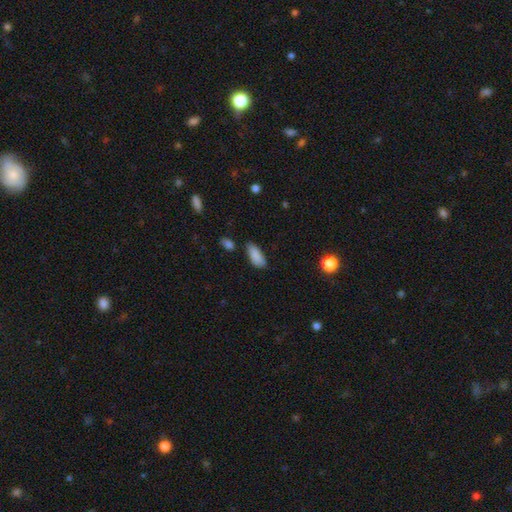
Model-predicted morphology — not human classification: Overall: smooth (87%). How rounded: in between (84%). Merging: none (69%).